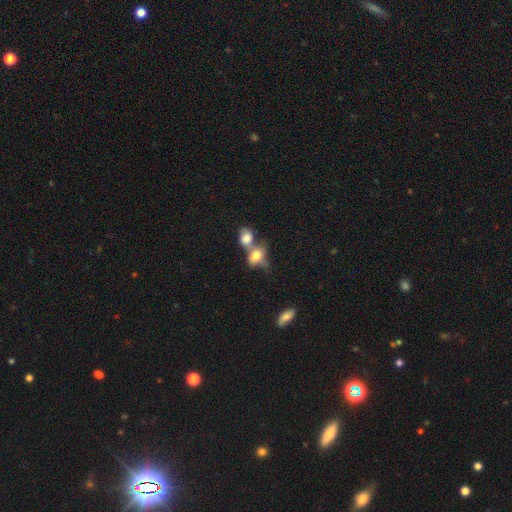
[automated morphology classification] Smooth or featured? Predicted: smooth (p=0.72). How rounded? Predicted: in between (p=0.59). Merging? Predicted: merger (p=0.63).